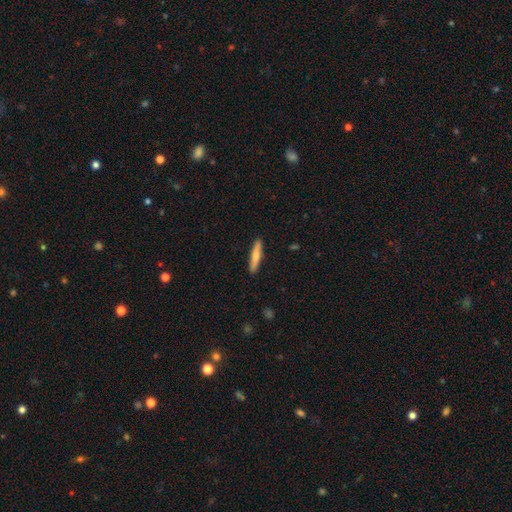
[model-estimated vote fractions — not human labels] smooth-or-featured: smooth: 65% | featured or disk: 29% | star or artifact: 6%
  how-rounded: cigar-shaped: 90% | in between: 9% | round: 1%
  merging: none: 89% | minor disturbance: 8% | major disturbance: 2% | merger: 1%